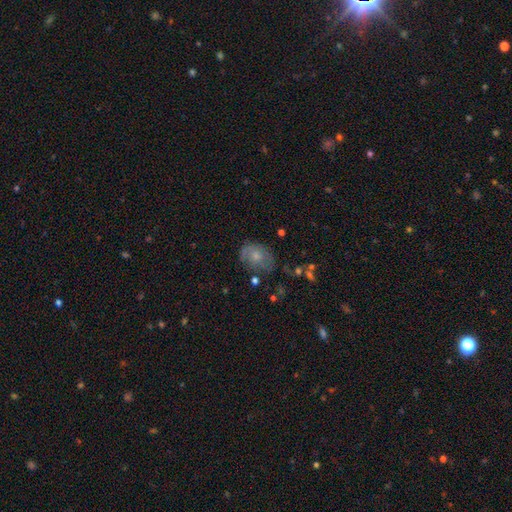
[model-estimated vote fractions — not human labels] A smooth galaxy with no disk features (59%) that is in between round and cigar-shaped (65%). Merging: none (53%).